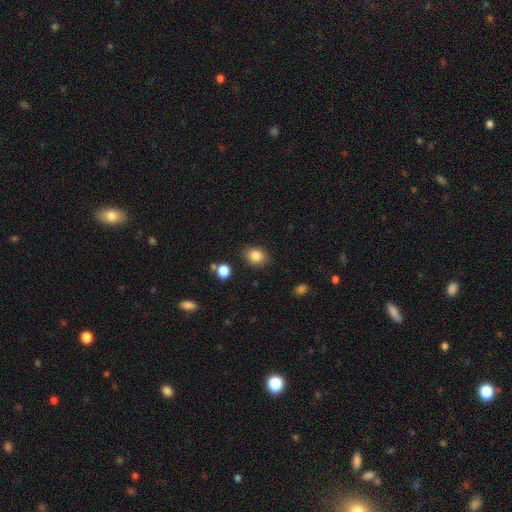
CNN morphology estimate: smooth 84%, star or artifact 10%, featured or disk 6%. Down the decision tree: how rounded — in between (52%); merging — none (84%).